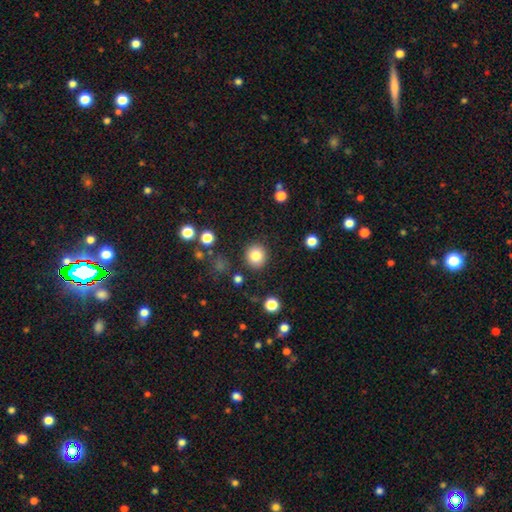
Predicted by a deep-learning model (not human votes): Morphology: type=smooth (84%); roundness=round (86%); merging=none (88%).